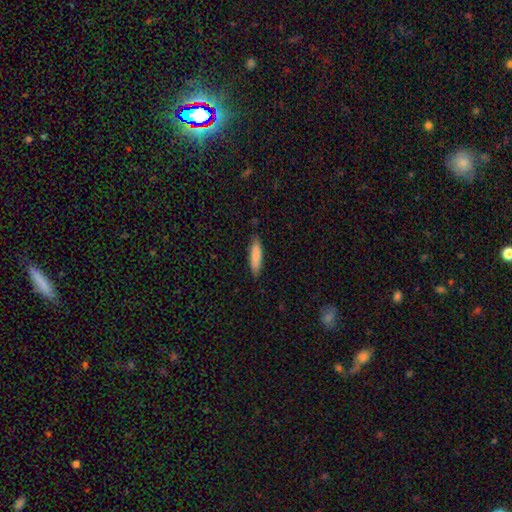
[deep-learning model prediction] This appears to be a smooth galaxy with no disk features (86%) that is cigar-shaped (65%). Merging: none (85%).